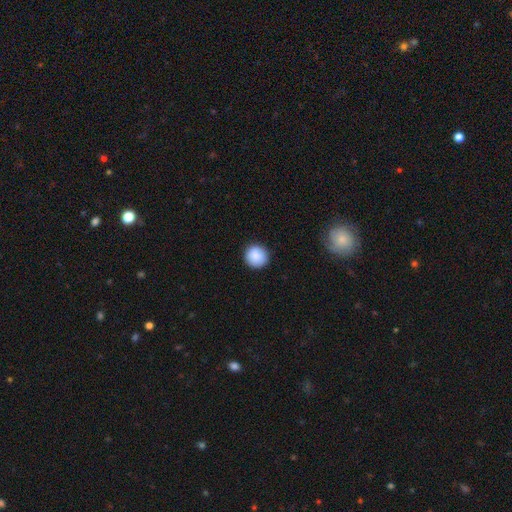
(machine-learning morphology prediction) This appears to be a smooth galaxy with no disk features (88%) that is round (95%). Merging: none (92%).